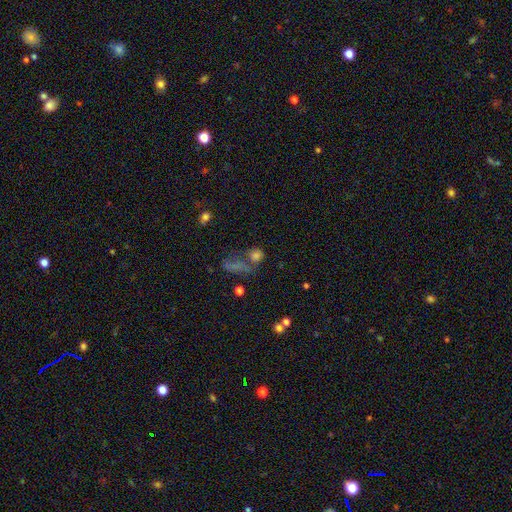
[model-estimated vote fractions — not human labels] Smooth or featured: smooth — 71% (star or artifact — 18%)
How rounded: round — 62% (in between — 34%)
Merging: none — 42% (merger — 35%)